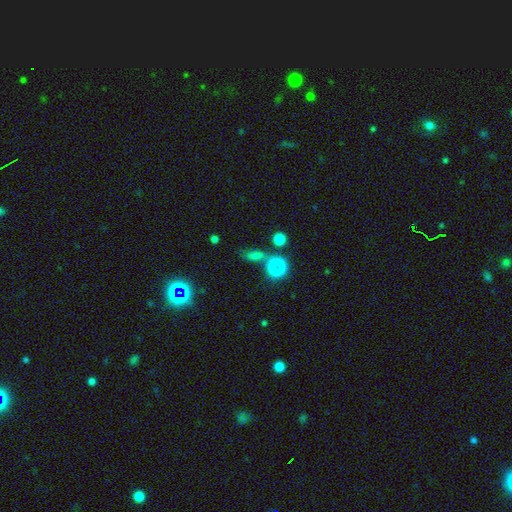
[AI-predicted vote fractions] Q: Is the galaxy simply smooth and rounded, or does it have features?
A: smooth — 66%.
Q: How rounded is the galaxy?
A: in between — 57%.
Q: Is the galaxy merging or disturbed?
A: none — 62%.